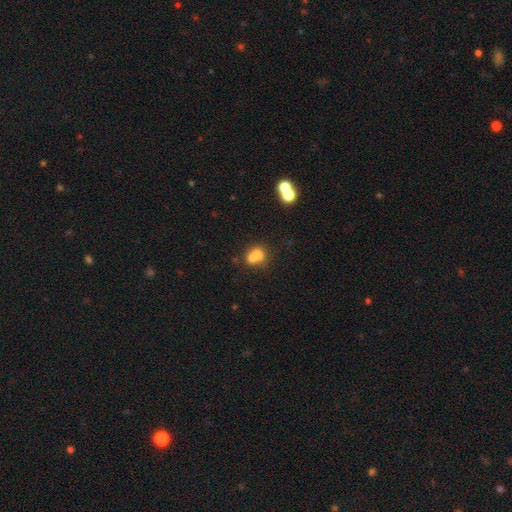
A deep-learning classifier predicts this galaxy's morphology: Smooth or featured?
  - smooth: 67% *
  - featured or disk: 20%
  - star or artifact: 13%
How rounded?
  - round: 71% *
  - in between: 28%
  - cigar-shaped: 1%
Merging?
  - merger: 60% *
  - none: 30%
  - minor disturbance: 7%
  - major disturbance: 4%